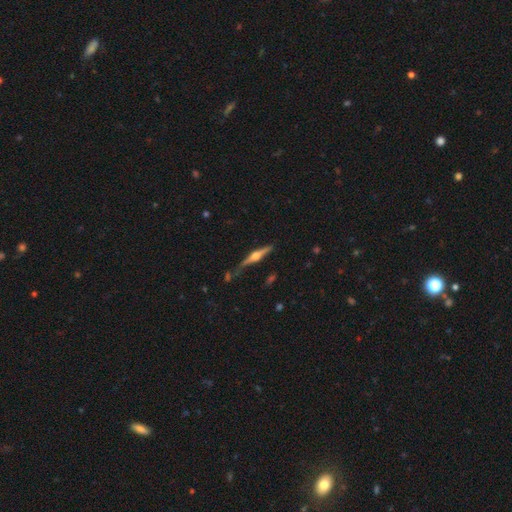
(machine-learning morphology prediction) featured or disk 76%, smooth 18%, star or artifact 6%. Down the decision tree: edge-on disk — yes (97%); edge-on bulge — rounded (93%); merging — none (72%).